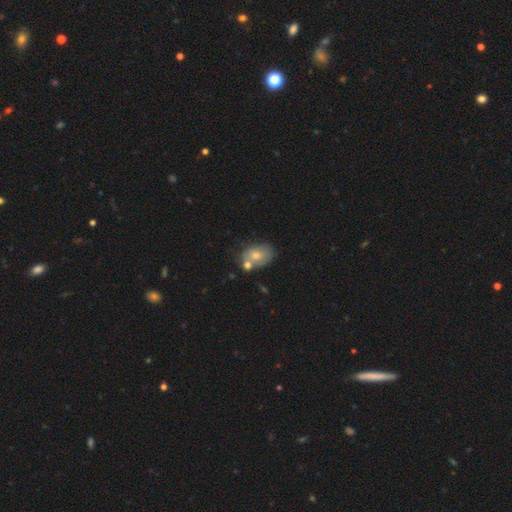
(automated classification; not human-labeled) Morphology: type=smooth (67%); roundness=in between (71%); merging=none (41%).